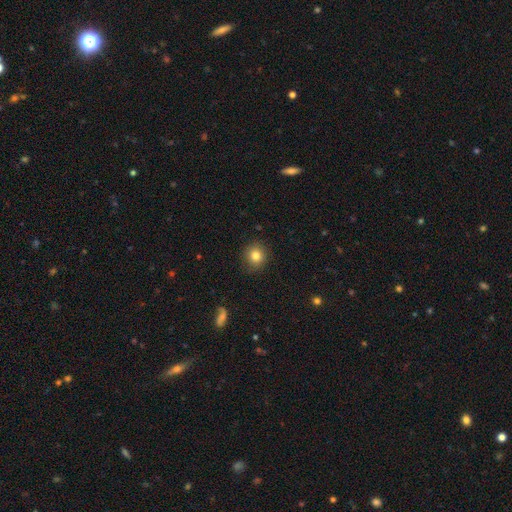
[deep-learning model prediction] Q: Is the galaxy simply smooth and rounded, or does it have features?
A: smooth — 83%.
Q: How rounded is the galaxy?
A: round — 88%.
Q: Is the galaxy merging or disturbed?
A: none — 88%.